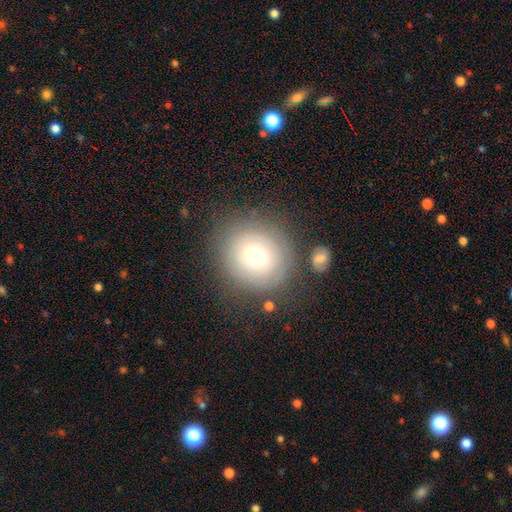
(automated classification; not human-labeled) smooth-or-featured: smooth: 64% | featured or disk: 25% | star or artifact: 11%
  how-rounded: round: 86% | in between: 13% | cigar-shaped: 1%
  merging: none: 76% | minor disturbance: 13% | major disturbance: 6% | merger: 5%